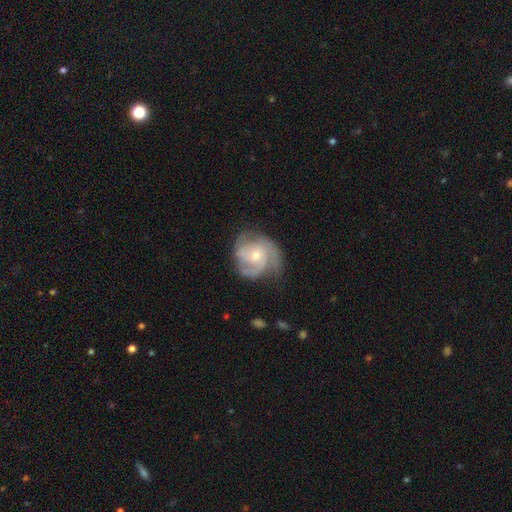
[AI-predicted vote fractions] Smooth or featured? Predicted: featured or disk (p=0.83). Edge-on disk? Predicted: no (p=0.98). Bar? Predicted: no (p=0.71). Spiral arms? Predicted: yes (p=0.96). Spiral winding? Predicted: tight (p=0.46). Spiral arm count? Predicted: 3 (p=0.46). Bulge size? Predicted: small (p=0.51). Merging? Predicted: none (p=0.66).